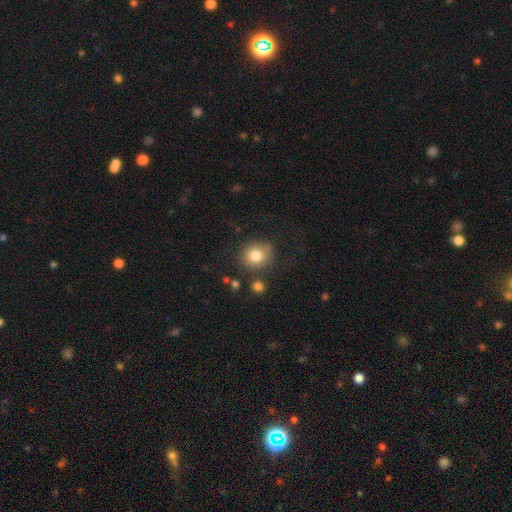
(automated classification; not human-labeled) A smooth galaxy with no disk features (80%) that is round (81%).

Vote fractions:
- Smooth or featured? smooth: 80% / star or artifact: 10% / featured or disk: 10%
- How rounded? round: 81% / in between: 18% / cigar-shaped: 1%
- Merging? none: 77% / minor disturbance: 13% / merger: 5% / major disturbance: 5%